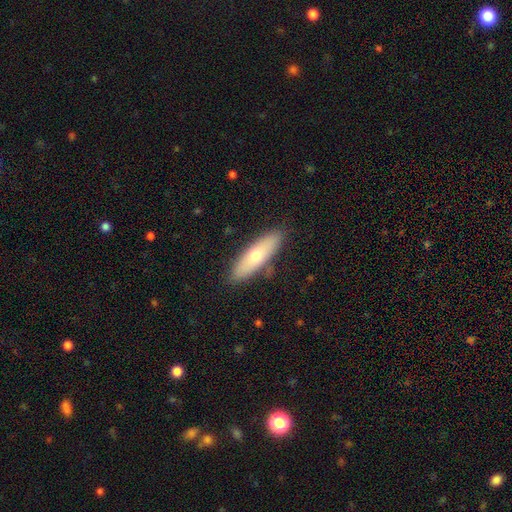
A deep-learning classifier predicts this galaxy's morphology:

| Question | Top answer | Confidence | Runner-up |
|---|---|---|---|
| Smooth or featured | smooth | 59% | featured or disk (33%) |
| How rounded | cigar-shaped | 55% | in between (43%) |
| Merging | none | 88% | minor disturbance (9%) |